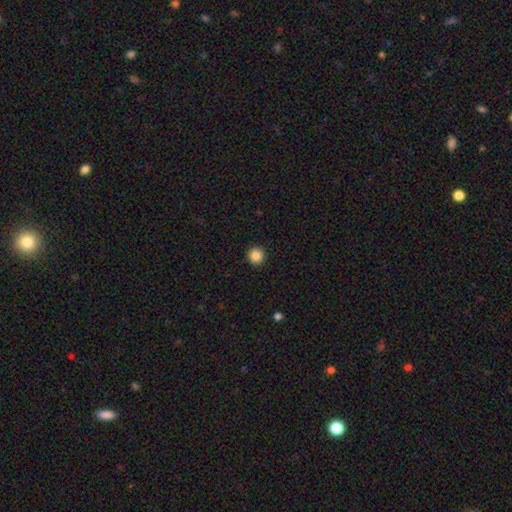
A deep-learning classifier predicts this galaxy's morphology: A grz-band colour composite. It shows a smooth galaxy with no disk features (87%) that is round (96%). Merging: none (94%).